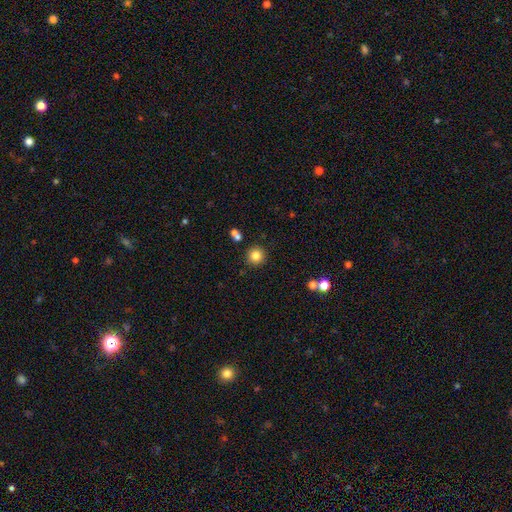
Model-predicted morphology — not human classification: A smooth galaxy with no disk features (81%) that is round (94%). Merging: none (87%).